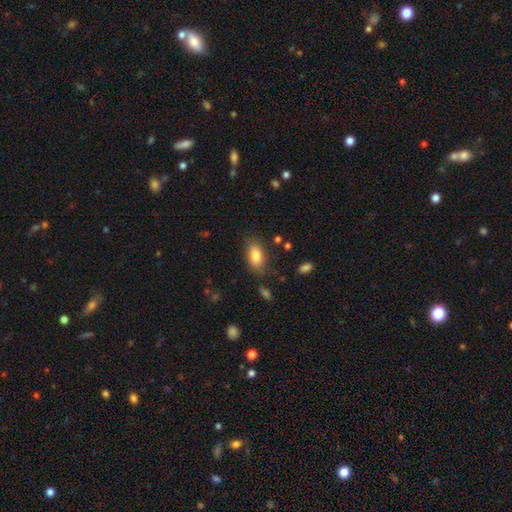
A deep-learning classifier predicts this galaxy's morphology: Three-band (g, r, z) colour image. It shows a smooth galaxy with no disk features (81%) that is in between round and cigar-shaped (89%). Merging: none (77%).